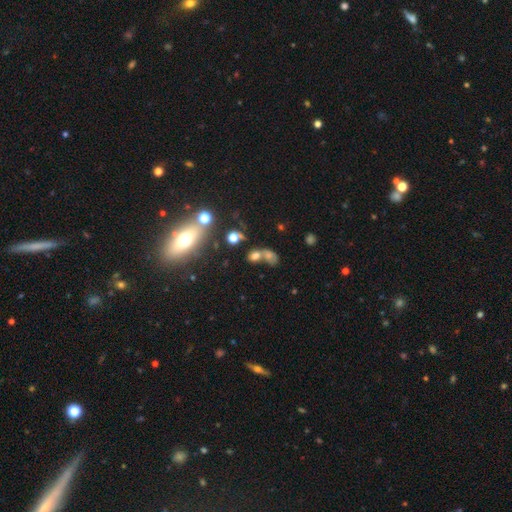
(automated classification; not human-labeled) This appears to be a smooth galaxy with no disk features (62%) that is in between round and cigar-shaped (56%). Merging: merger (50%).